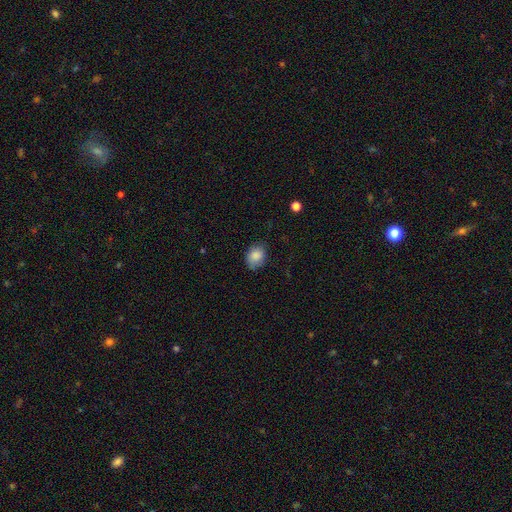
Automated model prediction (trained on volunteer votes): Q: Smooth or featured?
A: smooth (86%); runner-up: star or artifact (8%)
Q: How rounded?
A: in between (53%); runner-up: round (46%)
Q: Merging?
A: none (70%); runner-up: minor disturbance (24%)